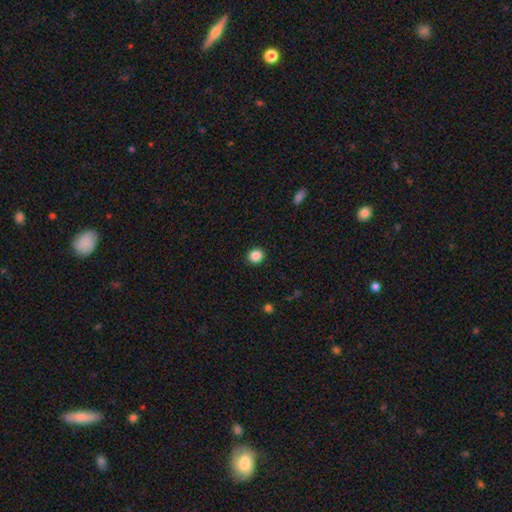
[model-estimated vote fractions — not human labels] This appears to be a smooth galaxy with no disk features (87%) that is round (88%). Merging: none (92%).